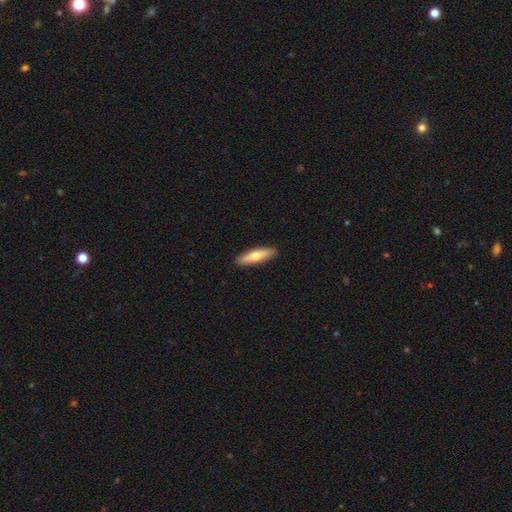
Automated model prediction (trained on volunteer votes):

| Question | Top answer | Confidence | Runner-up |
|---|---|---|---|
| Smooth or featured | smooth | 61% | featured or disk (33%) |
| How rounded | cigar-shaped | 67% | in between (31%) |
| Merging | none | 90% | minor disturbance (8%) |